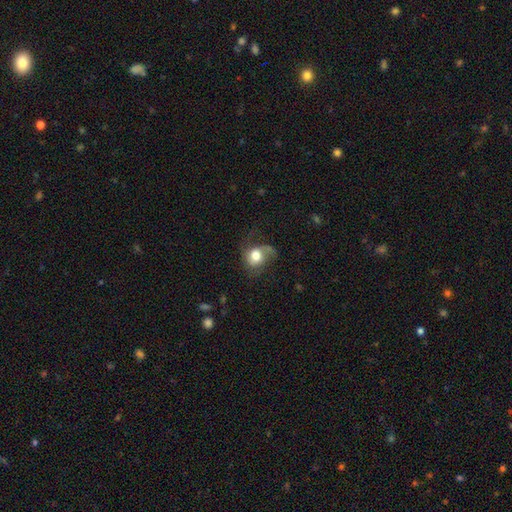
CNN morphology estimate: smooth-or-featured: smooth: 54% | featured or disk: 37% | star or artifact: 9%
  how-rounded: round: 62% | in between: 37% | cigar-shaped: 1%
  merging: none: 42% | major disturbance: 31% | minor disturbance: 25% | merger: 2%